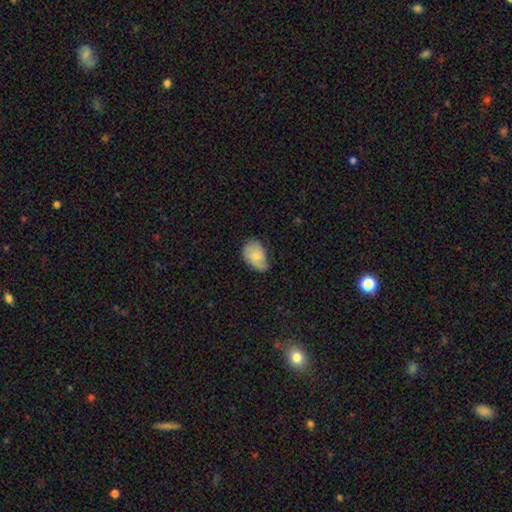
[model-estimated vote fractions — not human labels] Smooth or featured?
  - smooth: 76% *
  - featured or disk: 17%
  - star or artifact: 7%
How rounded?
  - in between: 86% *
  - round: 13%
  - cigar-shaped: 1%
Merging?
  - none: 47% *
  - minor disturbance: 41%
  - major disturbance: 10%
  - merger: 2%